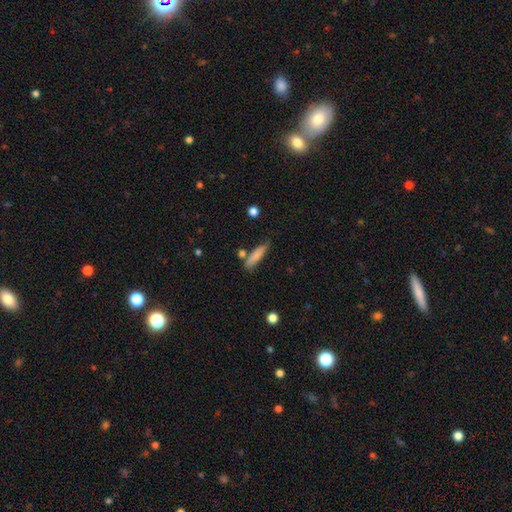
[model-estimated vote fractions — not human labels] Smooth or featured: smooth — 81% (featured or disk — 12%)
How rounded: cigar-shaped — 76% (in between — 22%)
Merging: none — 72% (minor disturbance — 17%)